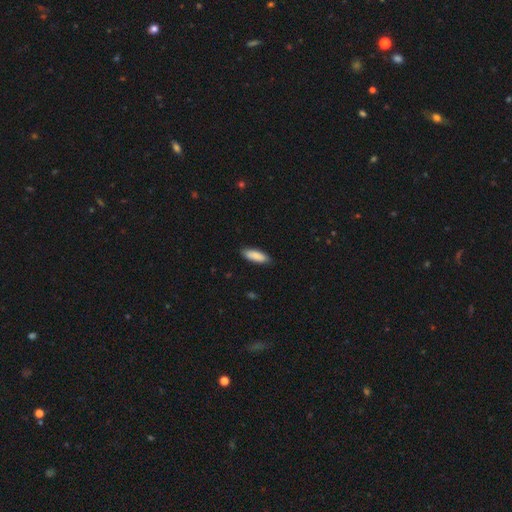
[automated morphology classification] smooth-or-featured: smooth: 89% | featured or disk: 6% | star or artifact: 5%
  how-rounded: in between: 58% | cigar-shaped: 41% | round: 1%
  merging: none: 88% | minor disturbance: 10% | major disturbance: 2% | merger: 1%